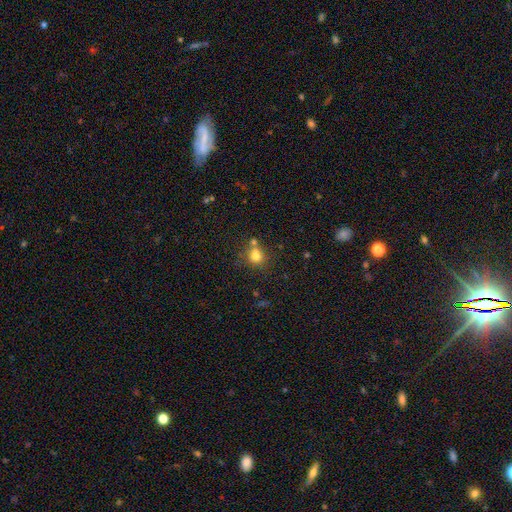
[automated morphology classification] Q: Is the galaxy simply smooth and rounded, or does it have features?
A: smooth — 75%.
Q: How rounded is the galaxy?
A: round — 78%.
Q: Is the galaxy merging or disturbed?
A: none — 52%.